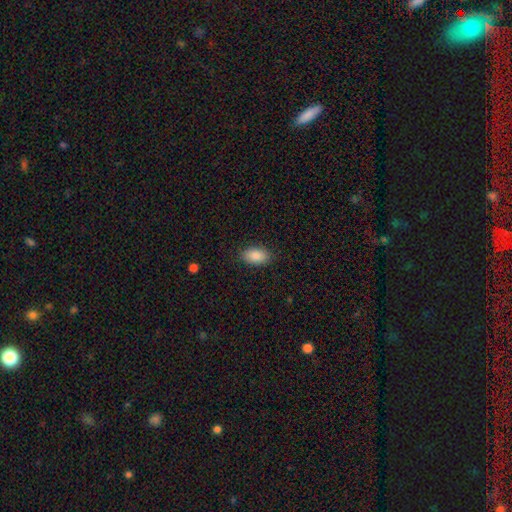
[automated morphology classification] Smooth or featured? Predicted: smooth (p=0.87). How rounded? Predicted: in between (p=0.93). Merging? Predicted: none (p=0.87).